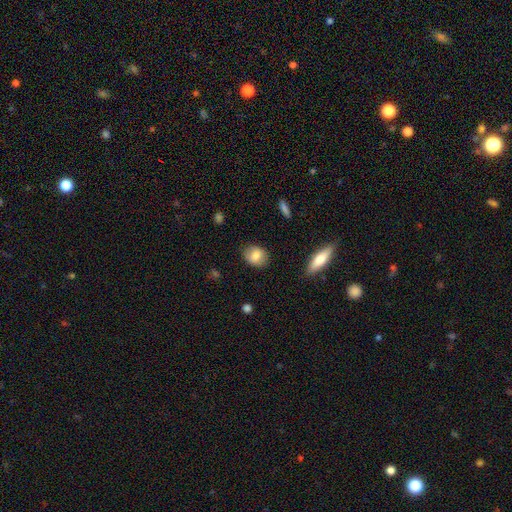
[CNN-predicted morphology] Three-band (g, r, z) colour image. It shows a smooth galaxy with no disk features (80%) that is in between round and cigar-shaped (58%). Merging: none (83%).